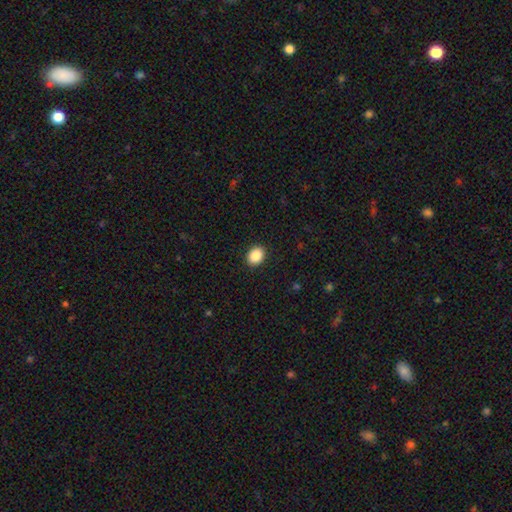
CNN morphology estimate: Overall: smooth (88%). How rounded: in between (53%; round 47%). Merging: none (91%).